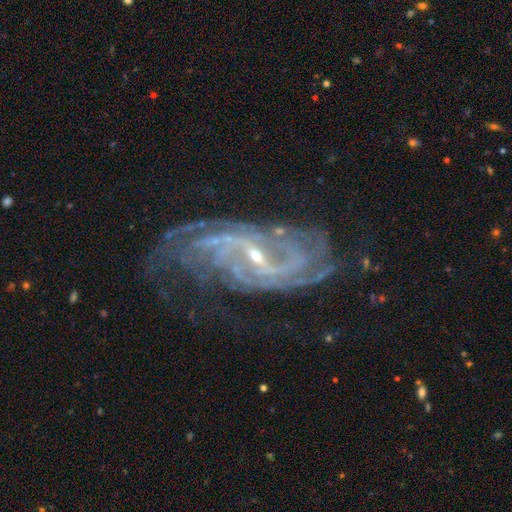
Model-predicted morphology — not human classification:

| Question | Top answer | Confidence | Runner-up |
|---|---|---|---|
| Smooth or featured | featured or disk | 90% | star or artifact (7%) |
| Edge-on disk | no | 95% | yes (5%) |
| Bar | weak | 42% | strong (37%) |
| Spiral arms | yes | 97% | no (3%) |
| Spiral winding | tight | 42% | medium (41%) |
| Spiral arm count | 2 | 31% | can't tell (21%) |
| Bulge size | small | 79% | moderate (17%) |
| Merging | none | 64% | minor disturbance (21%) |